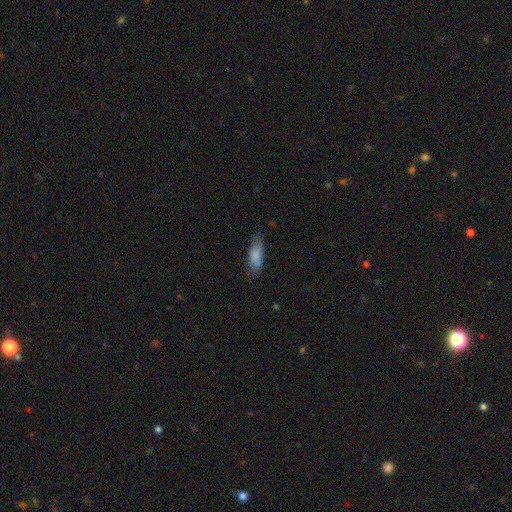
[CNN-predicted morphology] This is clearly a smooth galaxy (83%). How rounded: likely in between (61%). Merging: likely none (74%).